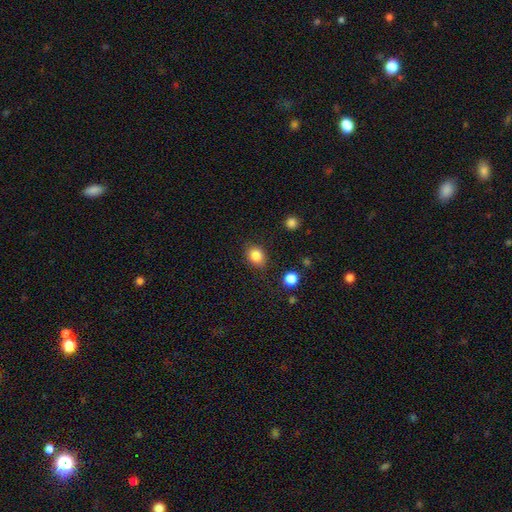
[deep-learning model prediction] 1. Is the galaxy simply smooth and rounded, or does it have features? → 85% smooth, 10% star or artifact, 5% featured or disk.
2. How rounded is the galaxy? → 54% round, 45% in between, 1% cigar-shaped.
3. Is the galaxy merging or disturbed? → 80% none, 14% minor disturbance, 4% major disturbance, 2% merger.